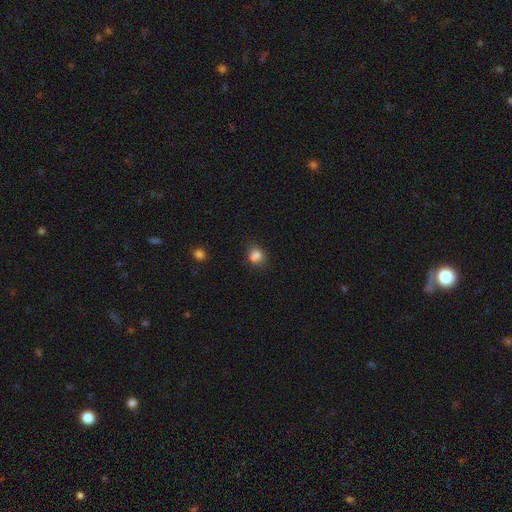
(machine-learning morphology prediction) smooth-or-featured: smooth: 80% | star or artifact: 12% | featured or disk: 8%
  how-rounded: round: 65% | in between: 34% | cigar-shaped: 1%
  merging: none: 60% | minor disturbance: 18% | merger: 17% | major disturbance: 5%